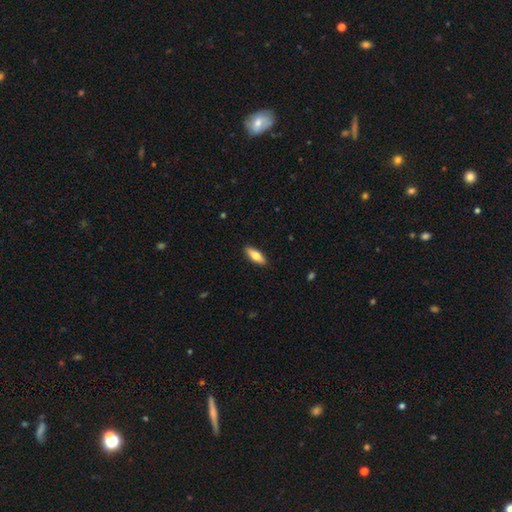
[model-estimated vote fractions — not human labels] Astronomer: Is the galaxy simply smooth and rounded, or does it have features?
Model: smooth — 72%.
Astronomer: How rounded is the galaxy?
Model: in between — 61% (runner-up: cigar-shaped, 37%).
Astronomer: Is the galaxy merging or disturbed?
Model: none — 90%.